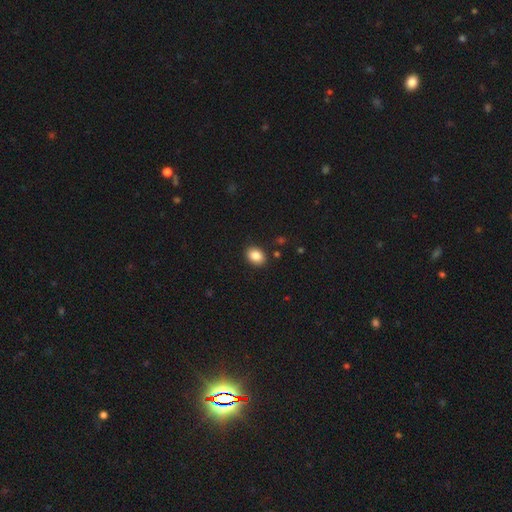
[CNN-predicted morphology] This is clearly a smooth galaxy (87%). How rounded: likely in between (71%). Merging: clearly none (89%).